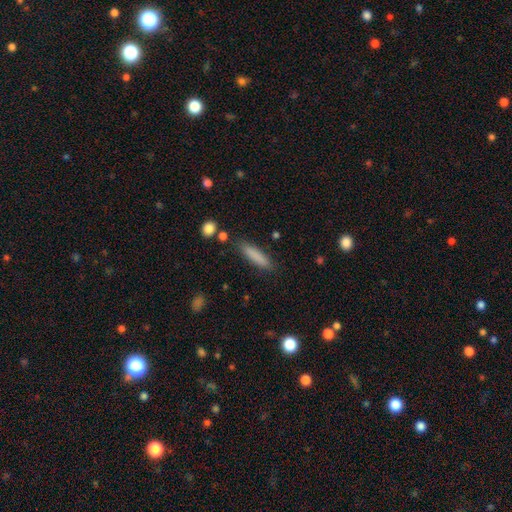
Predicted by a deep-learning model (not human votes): A smooth galaxy with no disk features (83%) that is cigar-shaped (82%). Merging: none (84%).